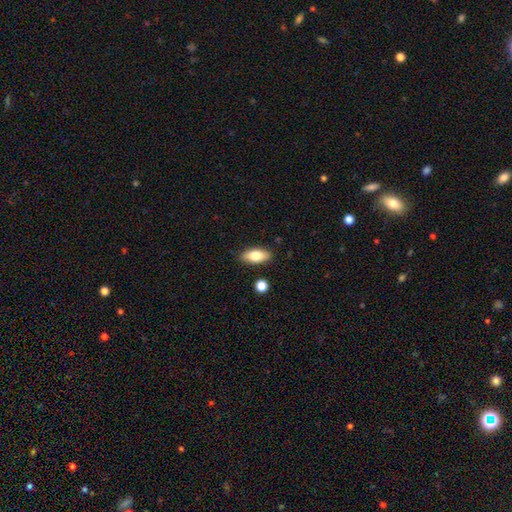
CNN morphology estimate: smooth-or-featured: smooth: 78% | featured or disk: 15% | star or artifact: 7%
  how-rounded: in between: 85% | cigar-shaped: 11% | round: 3%
  merging: none: 85% | minor disturbance: 10% | merger: 3% | major disturbance: 2%